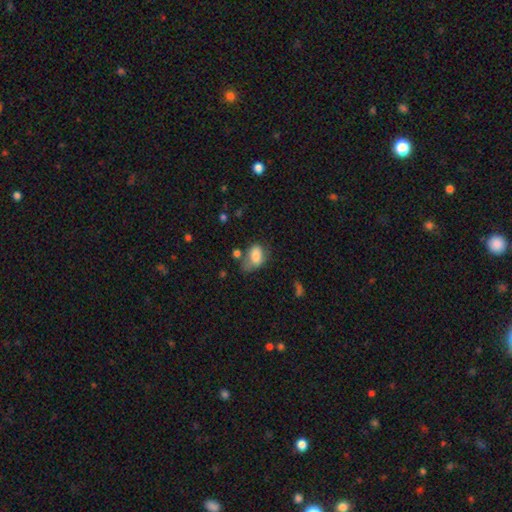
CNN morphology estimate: smooth 73%, featured or disk 19%, star or artifact 8%. Down the decision tree: how rounded — in between (83%); merging — none (38%).